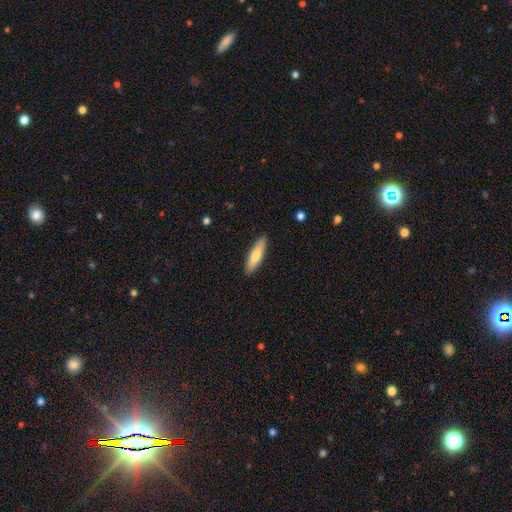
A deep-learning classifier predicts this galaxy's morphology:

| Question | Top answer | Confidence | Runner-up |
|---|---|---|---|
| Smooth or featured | smooth | 71% | featured or disk (23%) |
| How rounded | cigar-shaped | 67% | in between (31%) |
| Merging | none | 89% | minor disturbance (8%) |